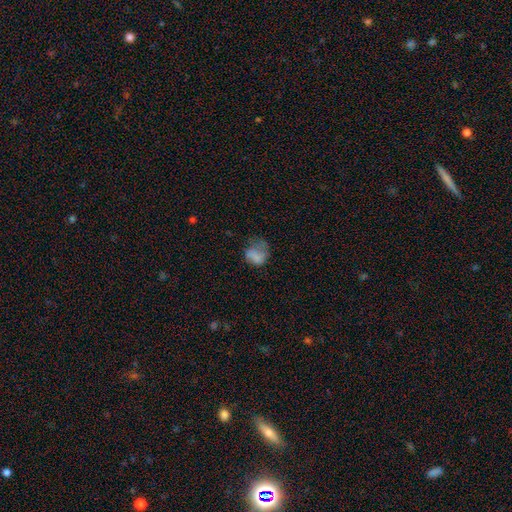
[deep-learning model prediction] smooth-or-featured: smooth: 72% | featured or disk: 17% | star or artifact: 11%
  how-rounded: in between: 51% | round: 48% | cigar-shaped: 1%
  merging: major disturbance: 41% | minor disturbance: 29% | none: 28% | merger: 3%